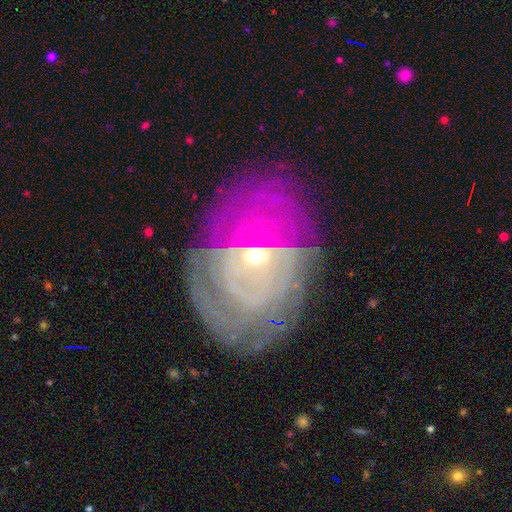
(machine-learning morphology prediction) featured or disk 76%, smooth 14%, star or artifact 10%. Down the decision tree: edge-on disk — no (95%); bar — weak (47%); spiral arms — yes (78%); spiral arm count — can't tell (55%); spiral winding — tight (70%); bulge size — small (60%); merging — none (70%).